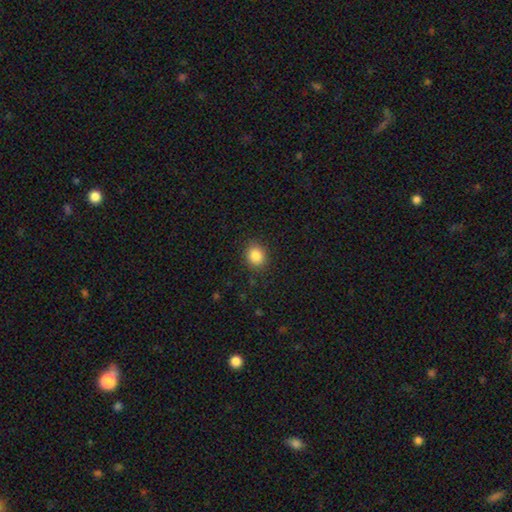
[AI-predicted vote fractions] Q: Smooth or featured?
A: smooth (86%); runner-up: star or artifact (10%)
Q: How rounded?
A: round (59%); runner-up: in between (40%)
Q: Merging?
A: none (88%); runner-up: minor disturbance (8%)